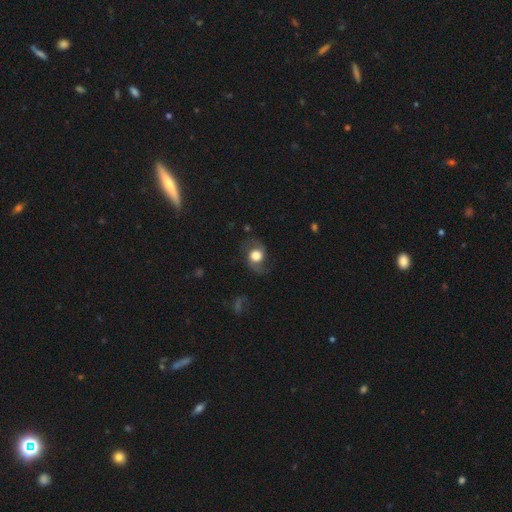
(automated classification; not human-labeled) Smooth or featured? Predicted: featured or disk (p=0.52). Edge-on disk? Predicted: no (p=0.95). Merging? Predicted: none (p=0.69).